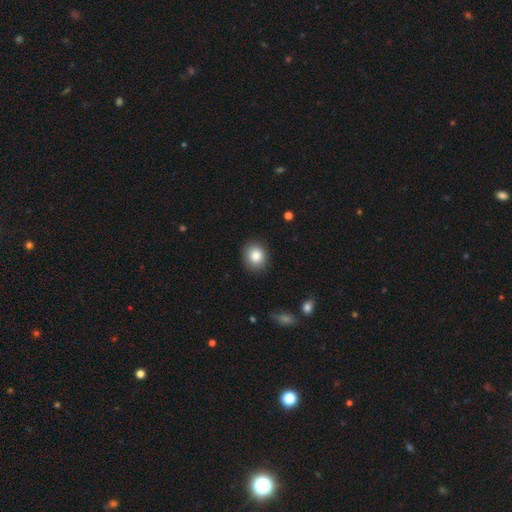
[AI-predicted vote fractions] This appears to be a smooth galaxy with no disk features (83%) that is round (70%). Merging: none (89%).